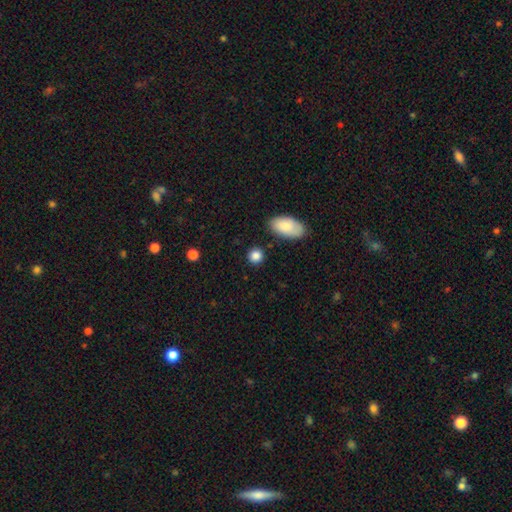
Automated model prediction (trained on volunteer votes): Smooth or featured: smooth — 87% (star or artifact — 9%)
How rounded: round — 83% (in between — 16%)
Merging: none — 85% (minor disturbance — 8%)